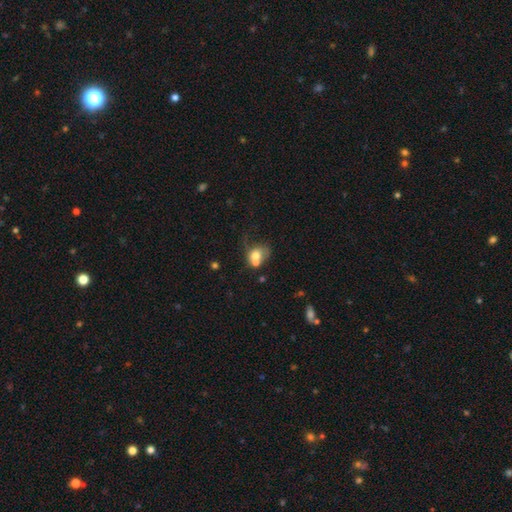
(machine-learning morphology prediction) smooth 68%, featured or disk 22%, star or artifact 10%. Down the decision tree: how rounded — round (53%); merging — merger (49%).